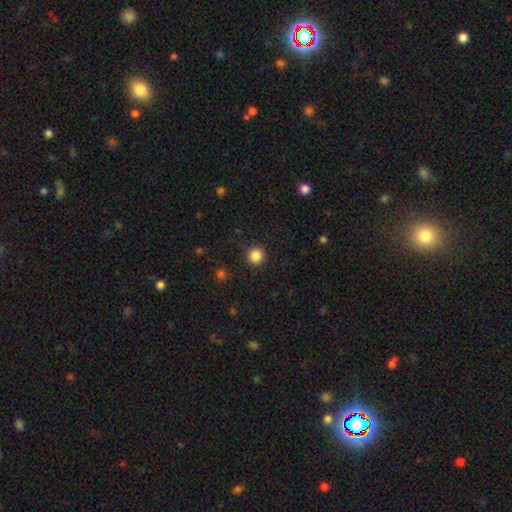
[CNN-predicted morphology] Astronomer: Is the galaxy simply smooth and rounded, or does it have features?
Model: smooth — 85%.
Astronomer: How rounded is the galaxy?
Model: round — 95%.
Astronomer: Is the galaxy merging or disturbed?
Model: none — 91%.